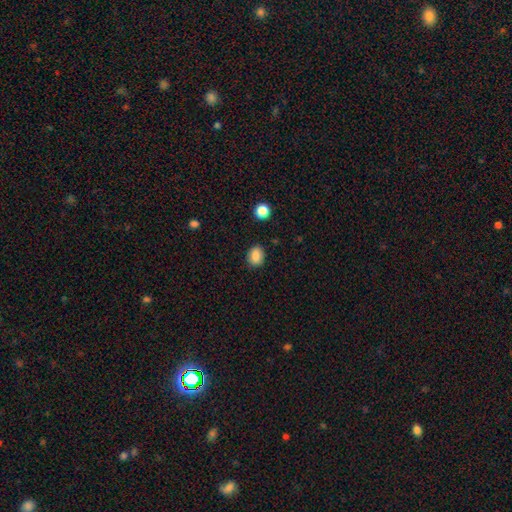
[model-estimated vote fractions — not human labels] This is clearly a smooth galaxy (86%). How rounded: possibly in between (53%). Merging: clearly none (87%).